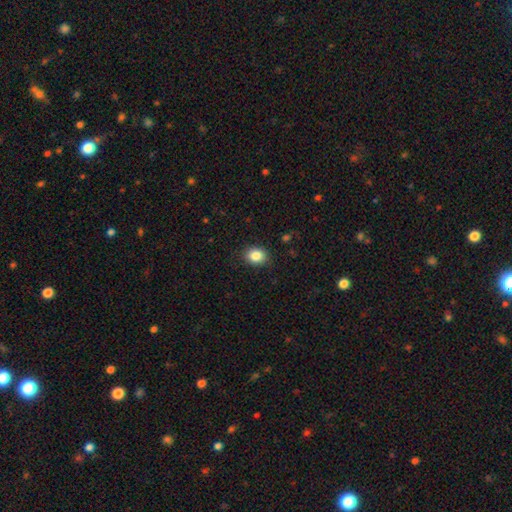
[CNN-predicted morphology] smooth 85%, star or artifact 9%, featured or disk 5%. Down the decision tree: how rounded — in between (51%); merging — none (87%).